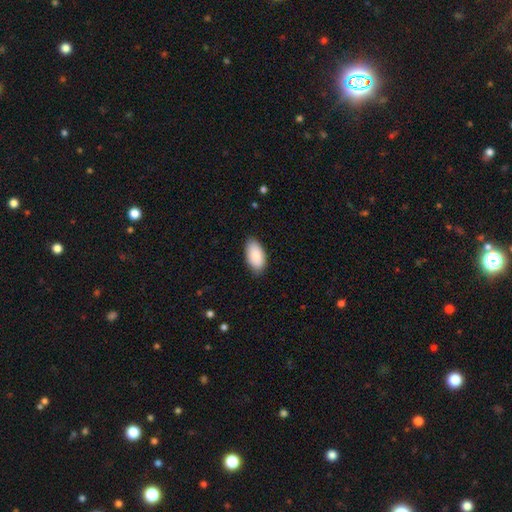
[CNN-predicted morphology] Overall: smooth (87%). How rounded: in between (95%). Merging: none (83%).